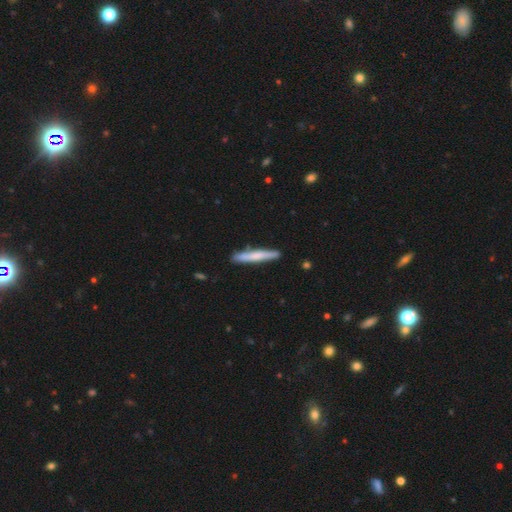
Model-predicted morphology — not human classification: Smooth or featured? Predicted: smooth (p=0.59). How rounded? Predicted: cigar-shaped (p=0.96). Merging? Predicted: none (p=0.87).